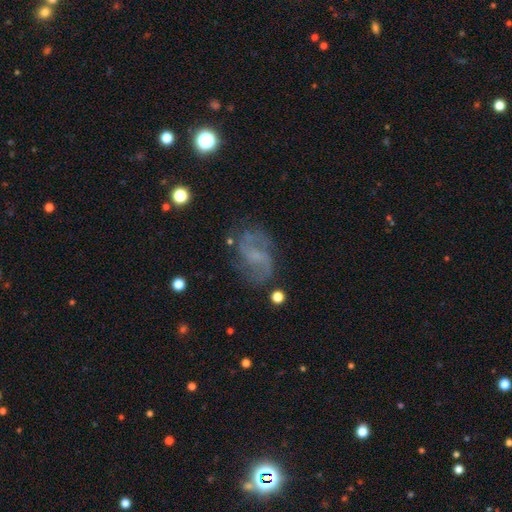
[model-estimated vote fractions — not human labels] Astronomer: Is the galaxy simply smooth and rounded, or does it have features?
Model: featured or disk — 76%.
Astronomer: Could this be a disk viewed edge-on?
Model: no — 97%.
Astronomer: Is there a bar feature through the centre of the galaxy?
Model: weak — 50% (runner-up: no, 37%).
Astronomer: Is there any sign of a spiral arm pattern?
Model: yes — 91%.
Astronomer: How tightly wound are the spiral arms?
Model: loose — 45% (runner-up: medium, 42%).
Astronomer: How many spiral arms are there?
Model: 2 — 83%.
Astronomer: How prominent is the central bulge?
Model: none — 44% (runner-up: small, 40%).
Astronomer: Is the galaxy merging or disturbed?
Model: none — 70%.